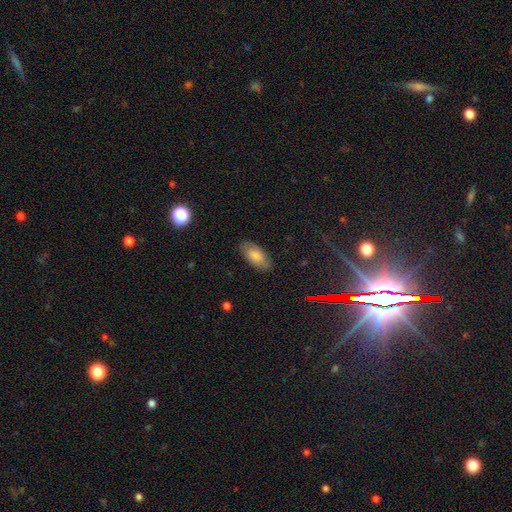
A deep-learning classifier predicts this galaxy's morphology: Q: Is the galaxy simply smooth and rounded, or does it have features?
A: smooth — 79%.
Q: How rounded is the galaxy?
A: in between — 91%.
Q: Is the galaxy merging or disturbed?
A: none — 85%.